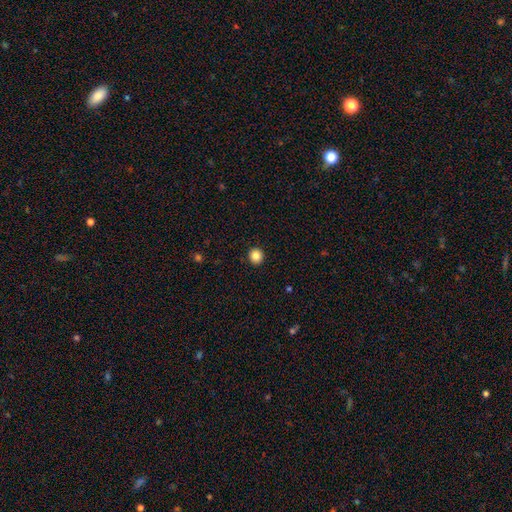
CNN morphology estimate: Smooth or featured: smooth — 85% (star or artifact — 10%)
How rounded: round — 90% (in between — 9%)
Merging: none — 93% (minor disturbance — 5%)